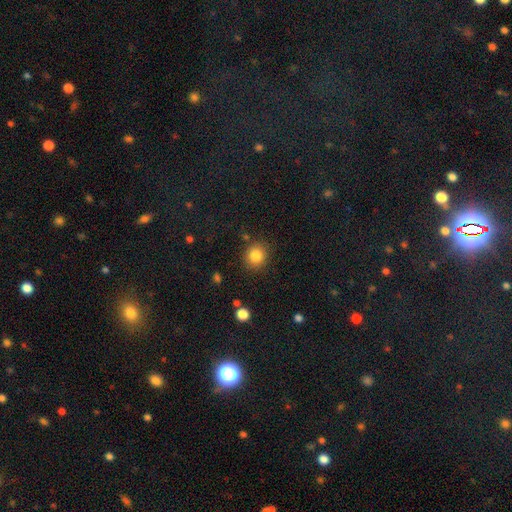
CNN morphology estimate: smooth-or-featured: smooth: 84% | star or artifact: 10% | featured or disk: 6%
  how-rounded: round: 86% | in between: 13% | cigar-shaped: 1%
  merging: none: 87% | minor disturbance: 8% | major disturbance: 3% | merger: 2%